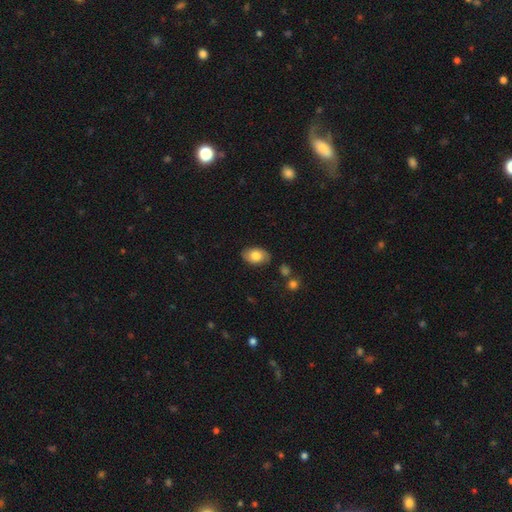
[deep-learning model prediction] Morphology: type=smooth (74%); roundness=in between (89%); merging=none (82%).